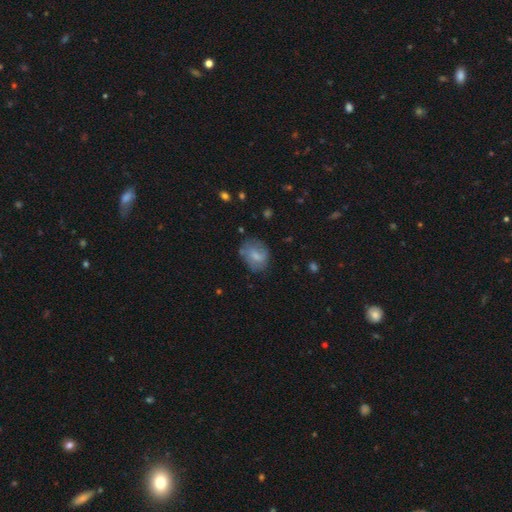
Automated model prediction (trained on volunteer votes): This is likely a smooth galaxy (66%). How rounded: possibly in between (57%). Merging: likely none (64%).